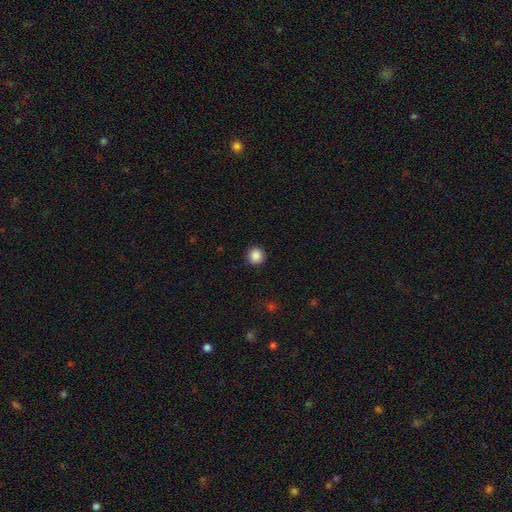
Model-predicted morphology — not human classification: Q: Smooth or featured?
A: smooth (88%); runner-up: star or artifact (9%)
Q: How rounded?
A: round (91%); runner-up: in between (8%)
Q: Merging?
A: none (92%); runner-up: minor disturbance (5%)